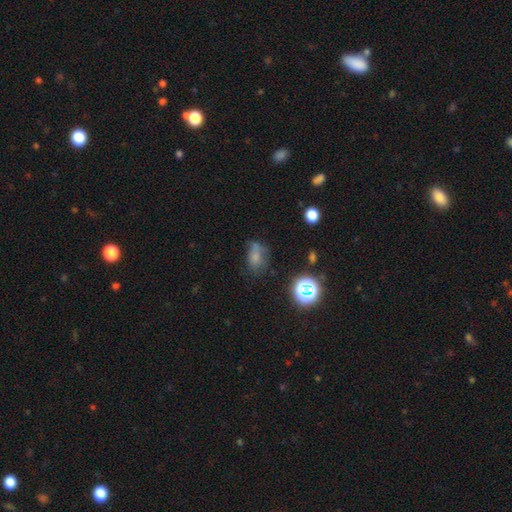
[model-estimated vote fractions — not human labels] Q: Smooth or featured?
A: smooth (62%); runner-up: star or artifact (23%)
Q: How rounded?
A: in between (75%); runner-up: round (23%)
Q: Merging?
A: none (43%); runner-up: minor disturbance (29%)